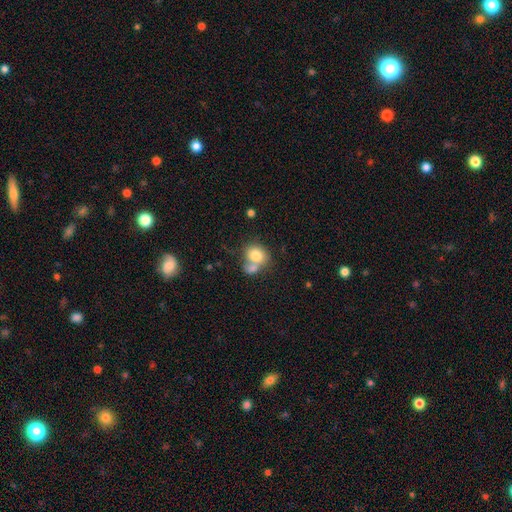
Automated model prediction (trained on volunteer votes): A smooth galaxy with no disk features (78%) that is round (55%). Merging: merger (53%).